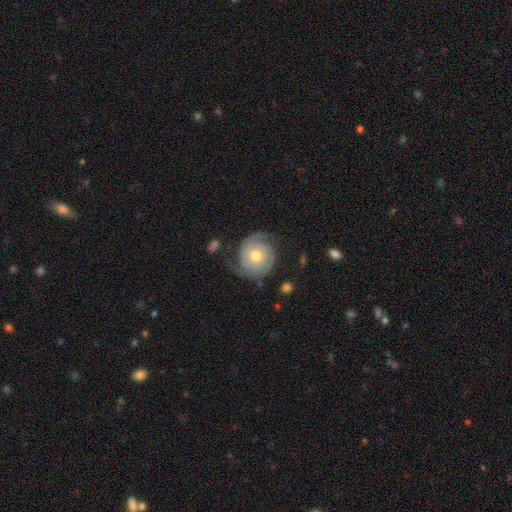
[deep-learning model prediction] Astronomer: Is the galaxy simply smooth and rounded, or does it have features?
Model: featured or disk — 82%.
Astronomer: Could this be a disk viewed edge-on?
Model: no — 98%.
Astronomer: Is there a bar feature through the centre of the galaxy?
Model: no — 79%.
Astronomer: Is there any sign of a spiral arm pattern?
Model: yes — 95%.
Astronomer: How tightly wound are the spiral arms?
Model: tight — 57%.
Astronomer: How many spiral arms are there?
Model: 2 — 85%.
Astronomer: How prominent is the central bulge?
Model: moderate — 69%.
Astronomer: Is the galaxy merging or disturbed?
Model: none — 72%.